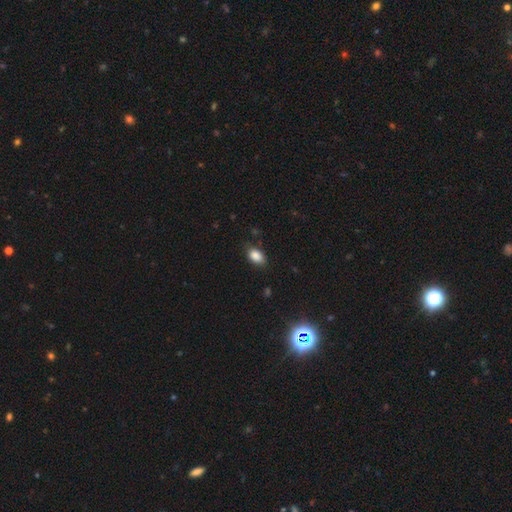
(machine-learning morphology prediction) Overall: smooth (87%). How rounded: in between (88%). Merging: none (79%).